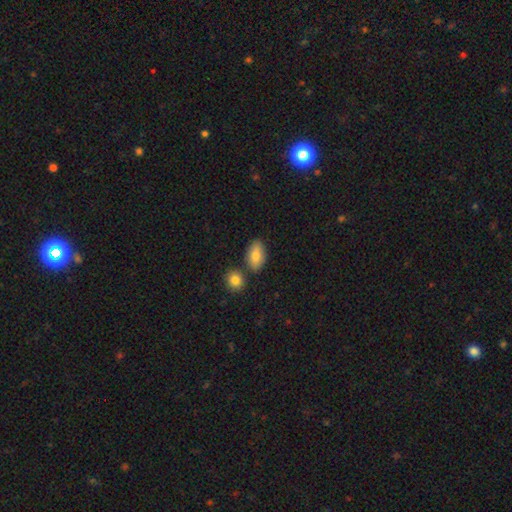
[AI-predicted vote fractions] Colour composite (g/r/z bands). It shows a smooth galaxy with no disk features (82%) that is in between round and cigar-shaped (91%). Merging: none (74%).